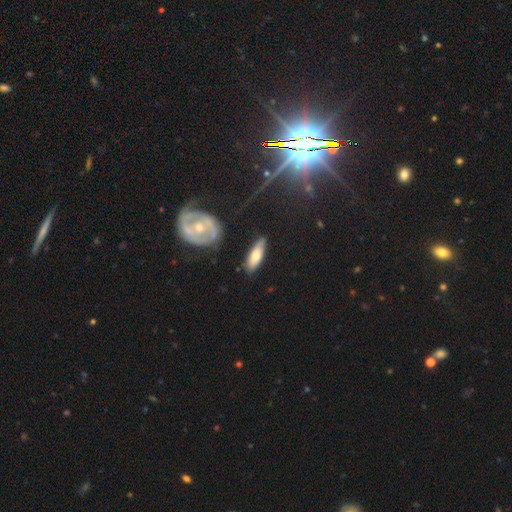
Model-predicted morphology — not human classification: A smooth galaxy with no disk features (70%) that is in between round and cigar-shaped (57%).

Vote fractions:
- Smooth or featured? smooth: 70% / featured or disk: 23% / star or artifact: 7%
- How rounded? in between: 57% / cigar-shaped: 41% / round: 2%
- Merging? none: 76% / minor disturbance: 17% / major disturbance: 4% / merger: 3%